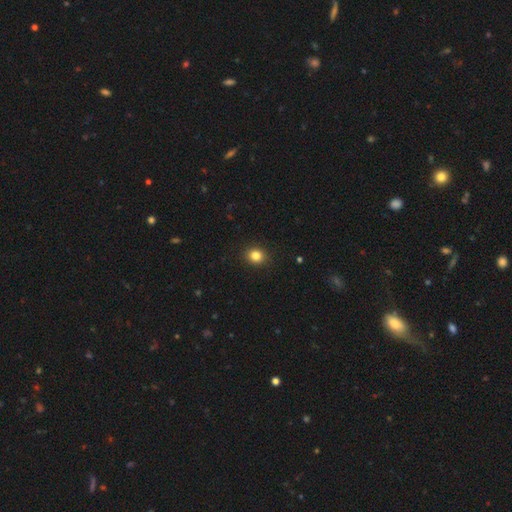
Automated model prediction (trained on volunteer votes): Smooth or featured? smooth (84%)
How rounded? round (77%)
Merging? none (91%)